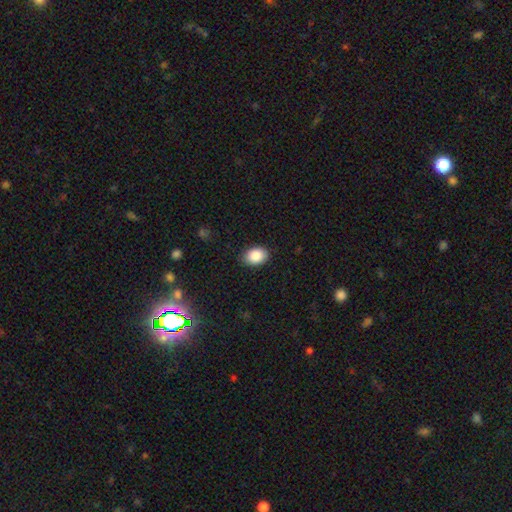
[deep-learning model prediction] smooth-or-featured: smooth: 88% | star or artifact: 7% | featured or disk: 4%
  how-rounded: in between: 76% | round: 23% | cigar-shaped: 1%
  merging: none: 86% | minor disturbance: 11% | major disturbance: 2% | merger: 1%